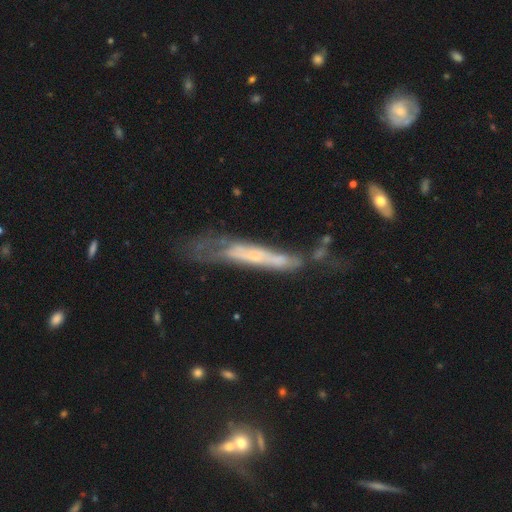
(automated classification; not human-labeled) This appears to be a featured or disk galaxy (60%) viewed edge-on (62%). Merging: none (34%).